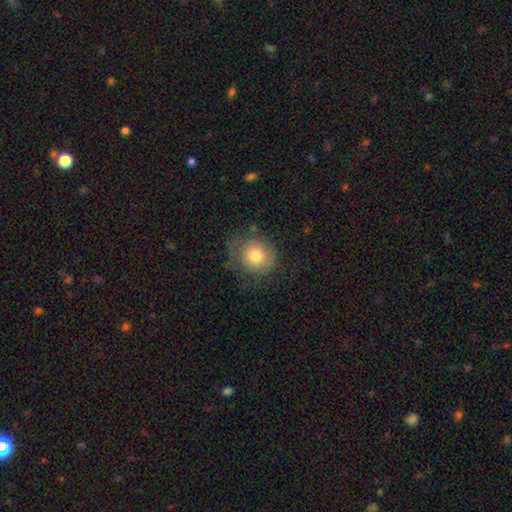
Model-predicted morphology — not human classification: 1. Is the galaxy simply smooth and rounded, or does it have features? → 77% smooth, 15% featured or disk, 9% star or artifact.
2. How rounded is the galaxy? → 85% round, 14% in between, 1% cigar-shaped.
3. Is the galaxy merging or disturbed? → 63% none, 23% minor disturbance, 12% major disturbance, 2% merger.